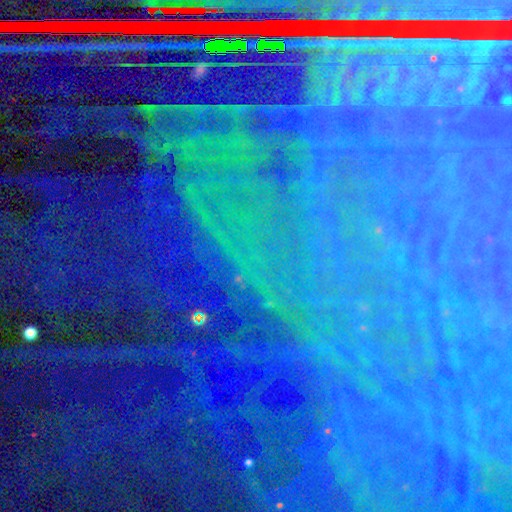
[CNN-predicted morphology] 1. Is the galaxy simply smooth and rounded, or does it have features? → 86% star or artifact, 8% featured or disk, 6% smooth.